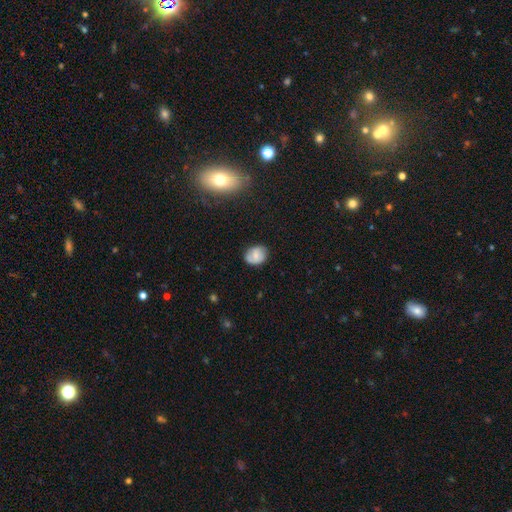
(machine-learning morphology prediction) A smooth galaxy with no disk features (52%) that is round (55%).

Vote fractions:
- Smooth or featured? smooth: 52% / featured or disk: 40% / star or artifact: 9%
- How rounded? round: 55% / in between: 44% / cigar-shaped: 1%
- Merging? none: 77% / minor disturbance: 18% / major disturbance: 4% / merger: 2%